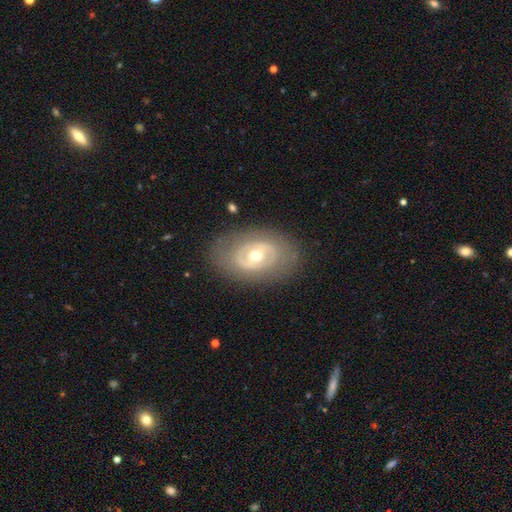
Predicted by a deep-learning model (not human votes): Overall: featured or disk (70%). Edge-on disk: no (93%). Bar: no (61%; weak 26%). Spiral arms: no (66%; yes 34%). Bulge size: moderate (62%; small 32%). Merging: none (79%).